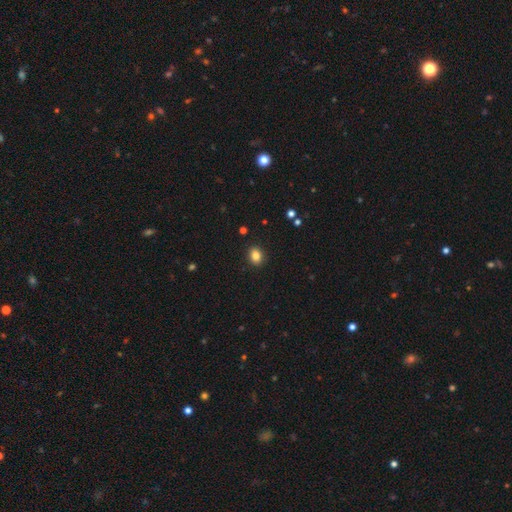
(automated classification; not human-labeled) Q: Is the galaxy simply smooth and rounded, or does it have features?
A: smooth — 84%.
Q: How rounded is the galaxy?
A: in between — 54%.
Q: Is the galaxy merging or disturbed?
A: none — 90%.